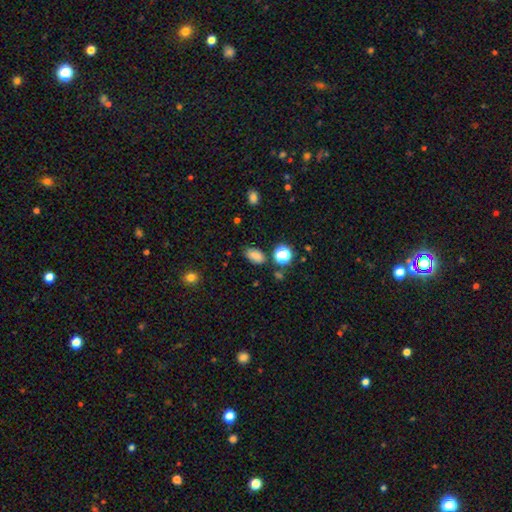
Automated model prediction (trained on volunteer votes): smooth-or-featured: smooth: 81% | star or artifact: 14% | featured or disk: 5%
  how-rounded: in between: 88% | round: 10% | cigar-shaped: 2%
  merging: none: 77% | minor disturbance: 15% | merger: 4% | major disturbance: 4%